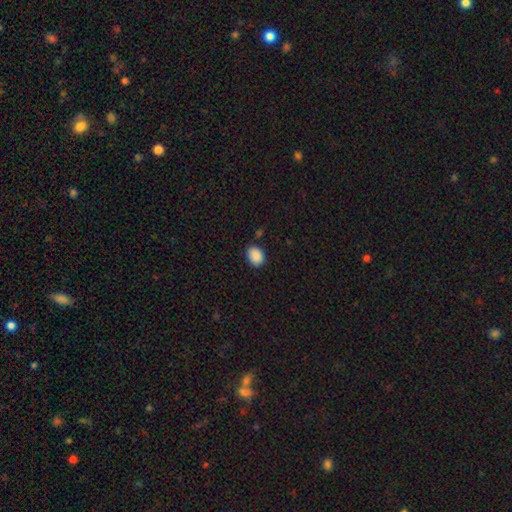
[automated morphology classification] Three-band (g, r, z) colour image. It shows a smooth galaxy with no disk features (89%) that is in between round and cigar-shaped (62%). Merging: none (80%).